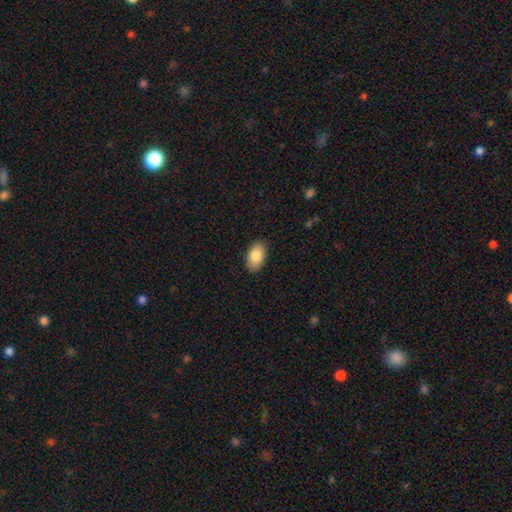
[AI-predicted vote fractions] smooth 84%, featured or disk 9%, star or artifact 7%. Down the decision tree: how rounded — in between (93%); merging — none (88%).